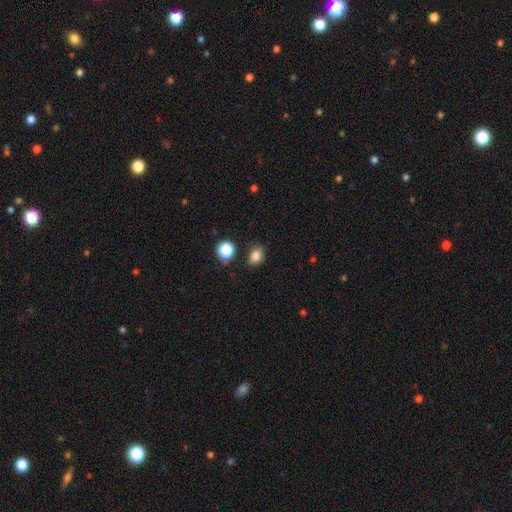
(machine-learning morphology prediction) A smooth galaxy with no disk features (82%) that is in between round and cigar-shaped (59%). Merging: none (78%).